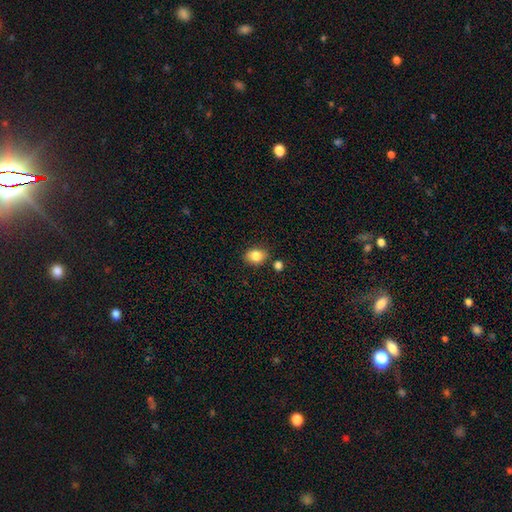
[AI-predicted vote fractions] Smooth or featured: smooth — 83% (star or artifact — 9%)
How rounded: in between — 58% (round — 41%)
Merging: none — 80% (minor disturbance — 11%)